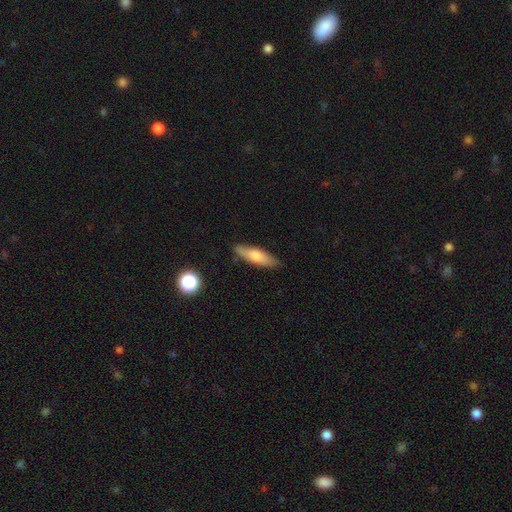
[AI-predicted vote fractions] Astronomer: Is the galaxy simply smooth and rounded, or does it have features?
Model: smooth — 68%.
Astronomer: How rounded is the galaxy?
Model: cigar-shaped — 59% (runner-up: in between, 38%).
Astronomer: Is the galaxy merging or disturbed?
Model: none — 82%.